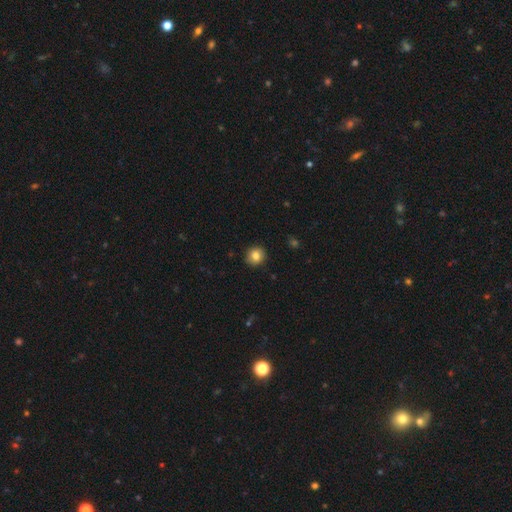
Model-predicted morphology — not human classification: A smooth galaxy with no disk features (84%) that is round (90%).

Vote fractions:
- Smooth or featured? smooth: 84% / star or artifact: 10% / featured or disk: 7%
- How rounded? round: 90% / in between: 9% / cigar-shaped: 1%
- Merging? none: 91% / minor disturbance: 6% / major disturbance: 2% / merger: 1%